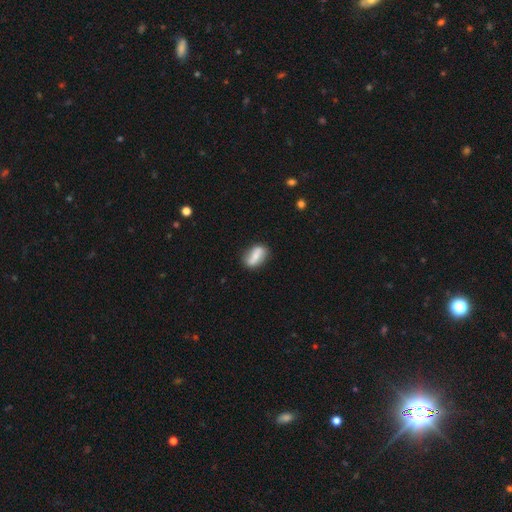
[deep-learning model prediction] Morphology: type=smooth (65%); roundness=in between (80%); merging=none (73%).